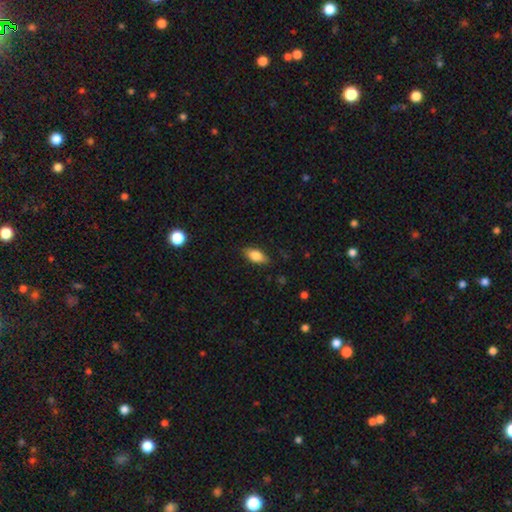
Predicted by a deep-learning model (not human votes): Overall: smooth (81%). How rounded: in between (87%). Merging: none (82%).